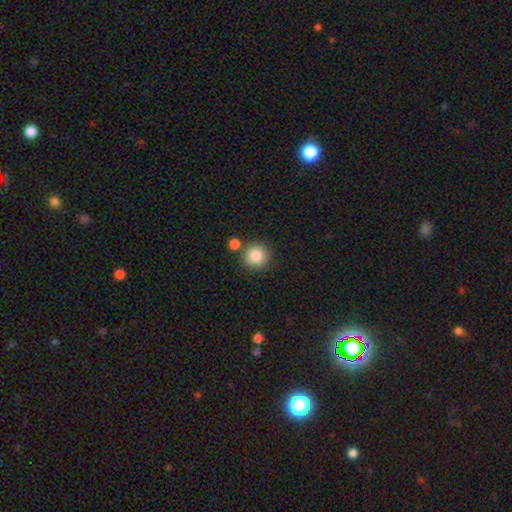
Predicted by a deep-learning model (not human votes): A smooth galaxy with no disk features (85%) that is round (93%). Merging: none (78%).